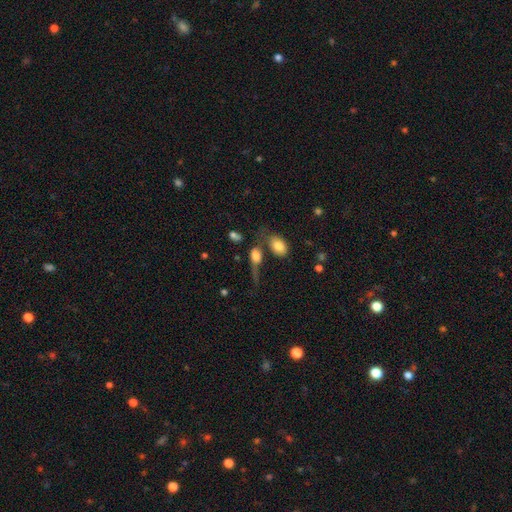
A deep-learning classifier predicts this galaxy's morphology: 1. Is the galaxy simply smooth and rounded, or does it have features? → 68% smooth, 22% featured or disk, 11% star or artifact.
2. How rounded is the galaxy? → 76% in between, 16% round, 8% cigar-shaped.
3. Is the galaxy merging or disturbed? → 32% none, 25% merger, 25% major disturbance, 18% minor disturbance.